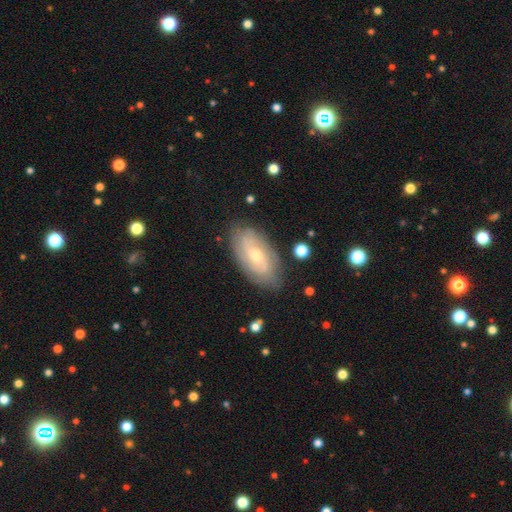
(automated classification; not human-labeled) smooth_or_featured: featured or disk (p=0.69) [alt: smooth p=0.25]
disk_edge_on: no (p=0.93) [alt: yes p=0.07]
bar: no (p=0.50) [alt: weak p=0.42]
has_spiral_arms: yes (p=0.86) [alt: no p=0.14]
spiral_winding: tight (p=0.55) [alt: medium p=0.33]
spiral_arm_count: 2 (p=0.41) [alt: can't tell p=0.39]
bulge_size: moderate (p=0.53) [alt: small p=0.42]
merging: none (p=0.79) [alt: minor disturbance p=0.15]